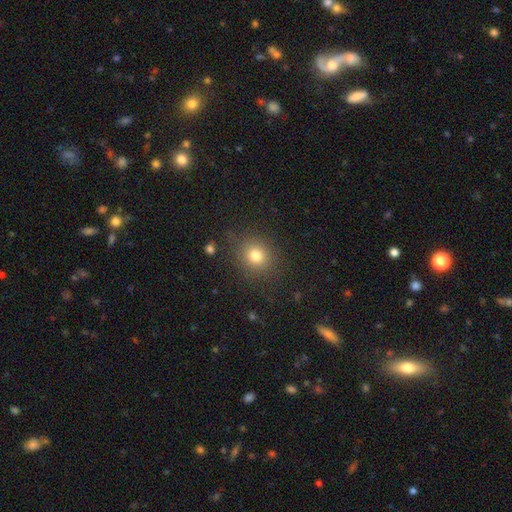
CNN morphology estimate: Smooth or featured? smooth (79%)
How rounded? round (79%)
Merging? none (85%)